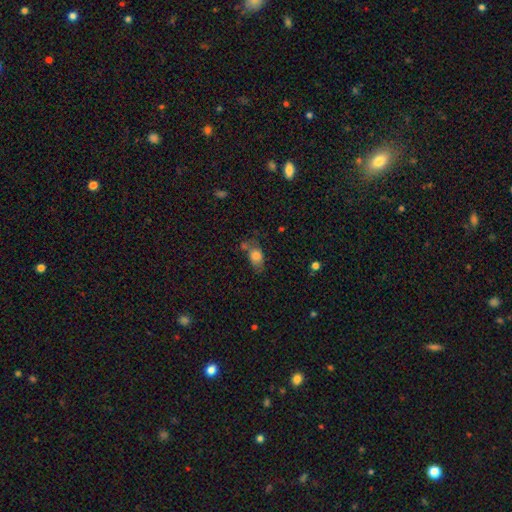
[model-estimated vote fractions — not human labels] This is likely a smooth galaxy (75%). How rounded: likely in between (79%). Merging: marginally none (40%).